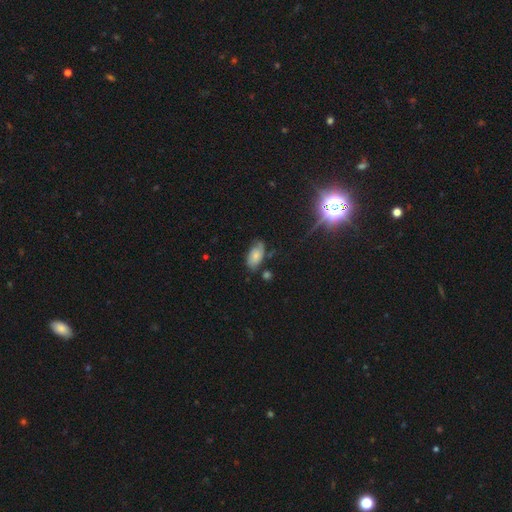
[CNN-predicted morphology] Smooth or featured? smooth (59%)
How rounded? in between (92%)
Merging? none (59%)